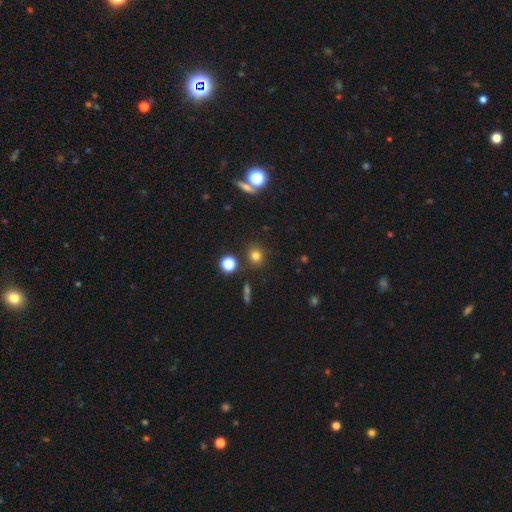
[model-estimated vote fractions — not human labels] This is likely a smooth galaxy (76%). How rounded: clearly round (86%). Merging: clearly none (85%).